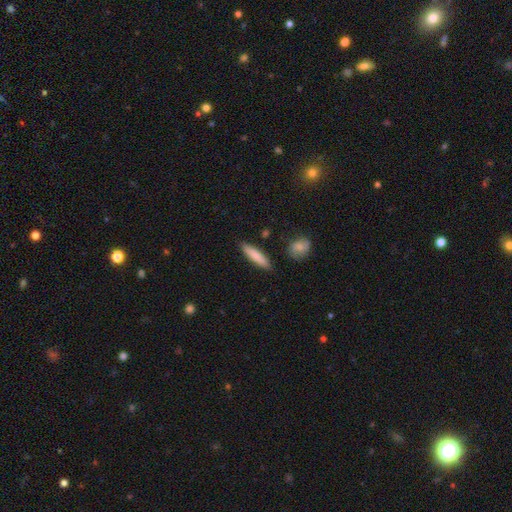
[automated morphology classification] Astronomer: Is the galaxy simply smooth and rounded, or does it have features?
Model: smooth — 81%.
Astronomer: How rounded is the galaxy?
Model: cigar-shaped — 79%.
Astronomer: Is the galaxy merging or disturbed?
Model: none — 87%.